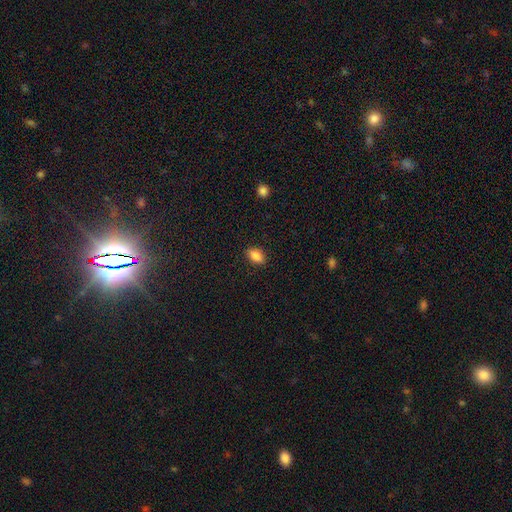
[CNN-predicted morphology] A smooth galaxy with no disk features (87%) that is in between round and cigar-shaped (88%). Merging: none (88%).